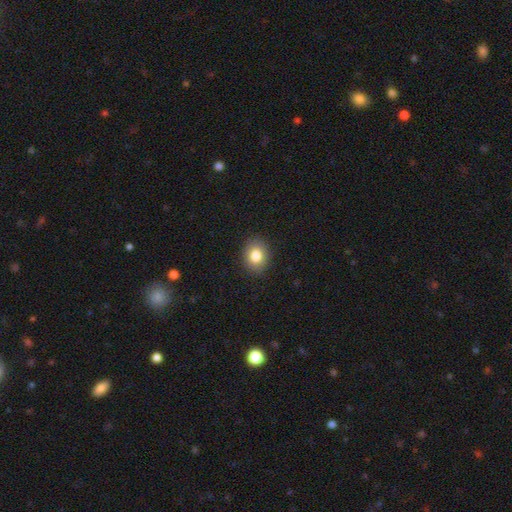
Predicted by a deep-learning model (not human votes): Q: Smooth or featured?
A: smooth (83%); runner-up: star or artifact (9%)
Q: How rounded?
A: round (50%); runner-up: in between (49%)
Q: Merging?
A: none (89%); runner-up: minor disturbance (8%)